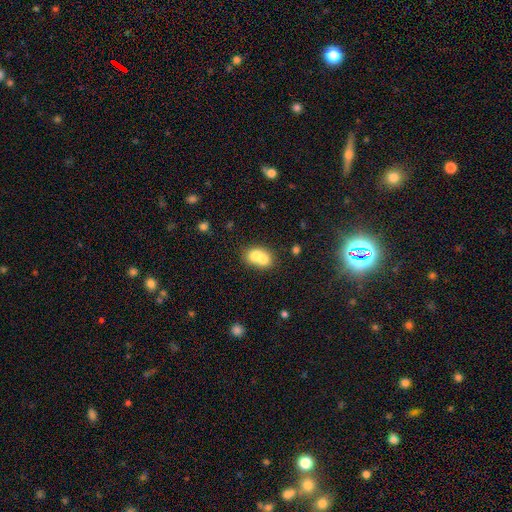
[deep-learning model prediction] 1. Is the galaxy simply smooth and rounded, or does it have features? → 69% smooth, 22% featured or disk, 9% star or artifact.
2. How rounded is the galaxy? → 55% round, 44% in between, 1% cigar-shaped.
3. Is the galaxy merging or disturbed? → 73% merger, 20% none, 5% minor disturbance, 3% major disturbance.